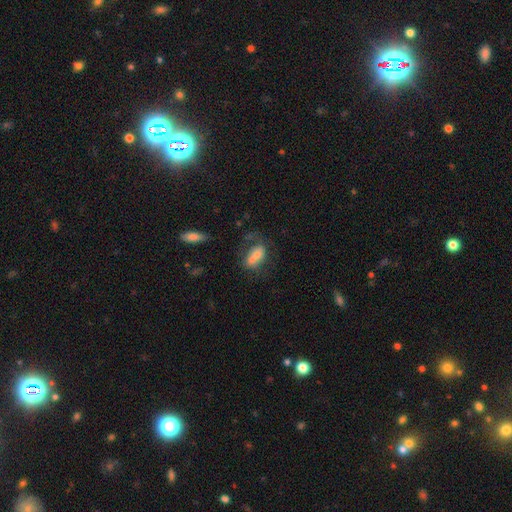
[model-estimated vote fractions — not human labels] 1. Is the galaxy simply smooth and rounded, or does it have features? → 60% smooth, 31% featured or disk, 10% star or artifact.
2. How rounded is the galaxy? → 79% in between, 17% round, 4% cigar-shaped.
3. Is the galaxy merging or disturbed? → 47% merger, 28% none, 14% minor disturbance, 12% major disturbance.